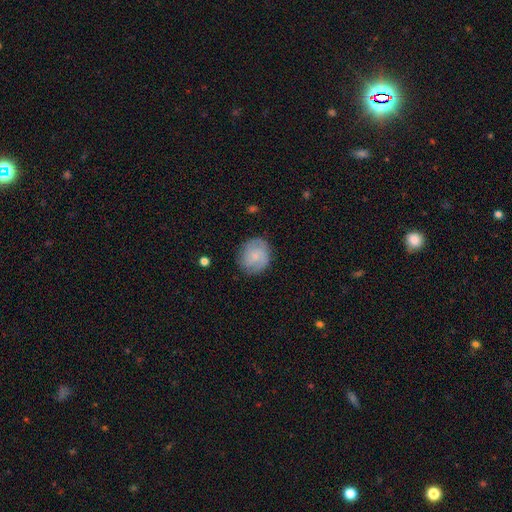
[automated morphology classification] Smooth or featured? smooth (49%)
Merging? none (80%)